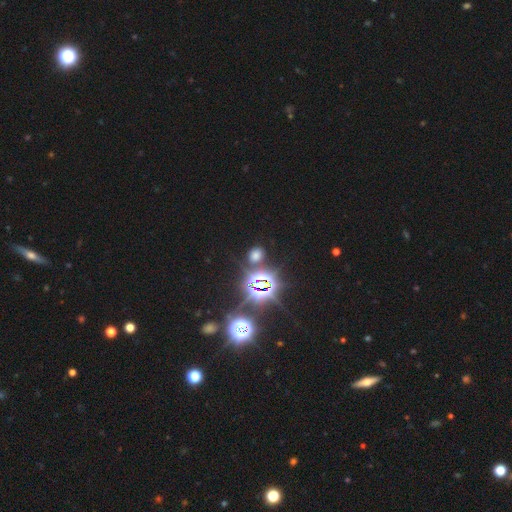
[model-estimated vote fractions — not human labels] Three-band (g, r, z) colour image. It shows a star or artifact, not a galaxy (51%).